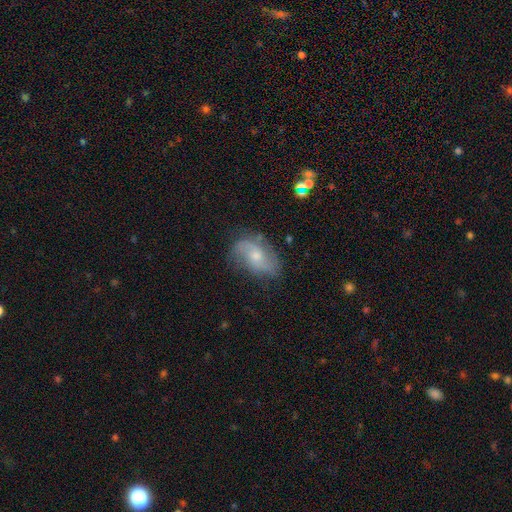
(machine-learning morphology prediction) Smooth or featured?
  - featured or disk: 70% *
  - smooth: 22%
  - star or artifact: 8%
Edge-on disk?
  - no: 95% *
  - yes: 5%
Bar?
  - no: 63% *
  - weak: 31%
  - strong: 6%
Spiral arms?
  - yes: 89% *
  - no: 11%
Spiral winding?
  - loose: 49% *
  - medium: 36%
  - tight: 15%
Spiral arm count?
  - 2: 77% *
  - can't tell: 12%
  - 1: 4%
  - 3: 3%
  - 4: 2%
  - more than 4: 1%
Bulge size?
  - small: 49% *
  - moderate: 45%
  - none: 3%
  - large: 2%
  - dominant: 1%
Merging?
  - none: 66% *
  - minor disturbance: 23%
  - major disturbance: 9%
  - merger: 2%